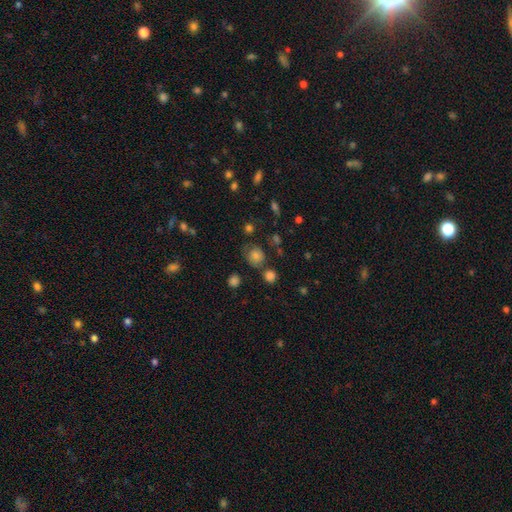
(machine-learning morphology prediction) This is likely a smooth galaxy (75%). How rounded: clearly round (83%). Merging: likely none (70%).